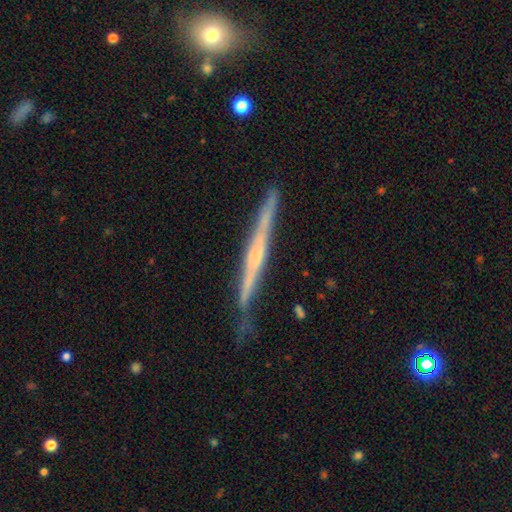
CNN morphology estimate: Smooth or featured?
  - featured or disk: 72% *
  - smooth: 22%
  - star or artifact: 6%
Edge-on disk?
  - yes: 97% *
  - no: 3%
Edge-on bulge?
  - none: 52% *
  - rounded: 33%
  - boxy: 15%
Merging?
  - none: 80% *
  - minor disturbance: 16%
  - major disturbance: 2%
  - merger: 2%